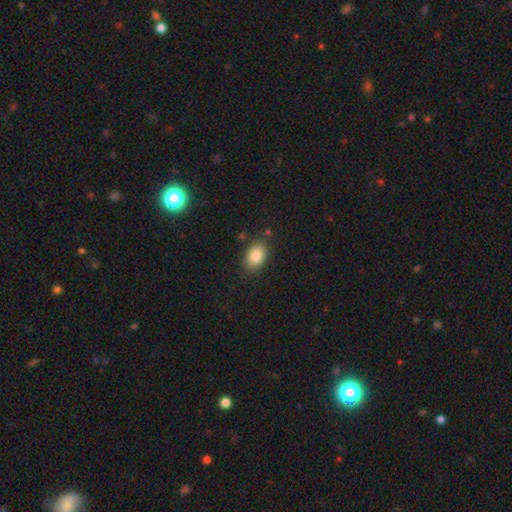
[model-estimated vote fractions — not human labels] The model was most divided on "merging": none: 83%, minor disturbance: 12%, major disturbance: 3%, merger: 3%. More confident: how rounded — in between (86%); smooth or featured — smooth (84%).